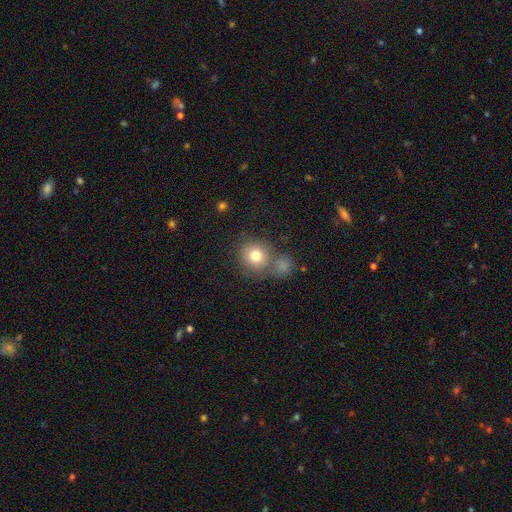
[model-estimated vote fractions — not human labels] smooth_or_featured: smooth (p=0.78) [alt: featured or disk p=0.12]
how_rounded: round (p=0.86) [alt: in between p=0.13]
merging: none (p=0.56) [alt: merger p=0.27]